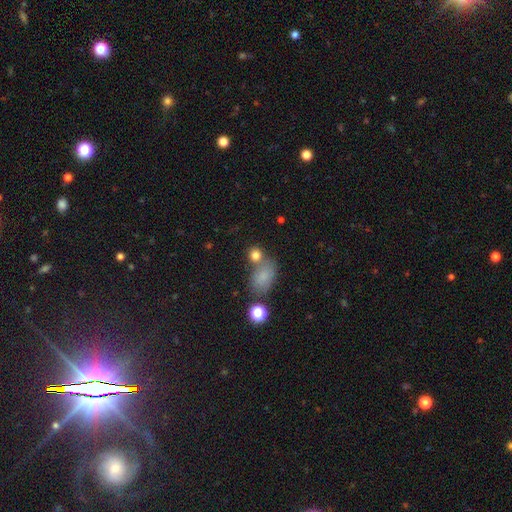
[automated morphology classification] Overall: smooth (79%). How rounded: round (60%; in between 38%). Merging: none (56%; merger 26%).